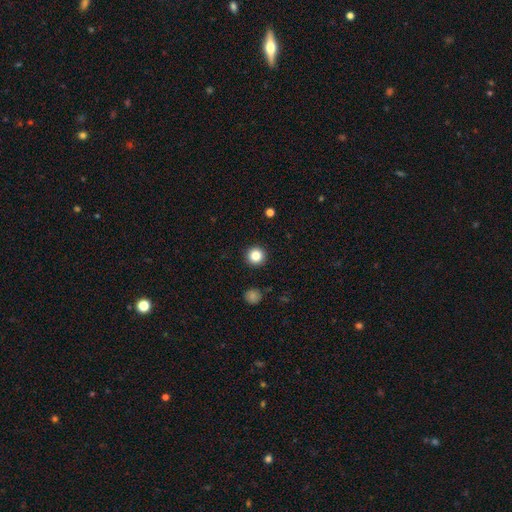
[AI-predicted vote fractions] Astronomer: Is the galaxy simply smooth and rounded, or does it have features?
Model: smooth — 84%.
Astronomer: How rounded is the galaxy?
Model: round — 96%.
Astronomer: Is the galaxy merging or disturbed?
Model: none — 93%.